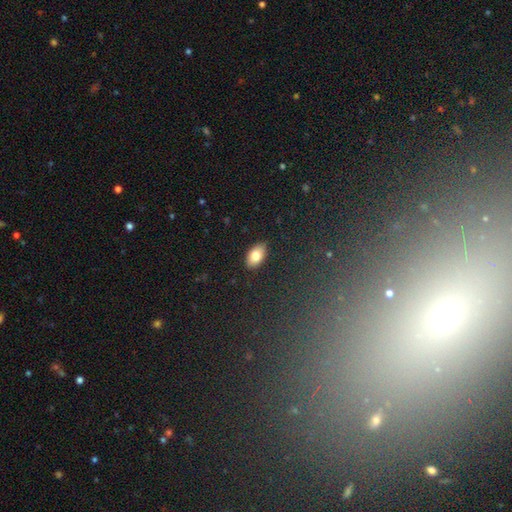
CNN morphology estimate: Overall: smooth (81%). How rounded: in between (93%). Merging: none (87%).